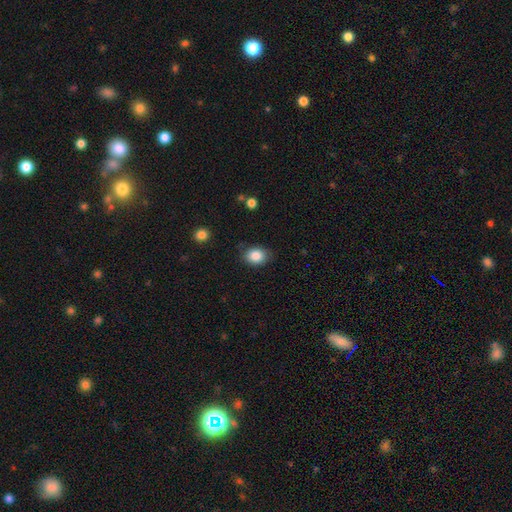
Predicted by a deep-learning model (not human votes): Smooth or featured? Predicted: smooth (p=0.86). How rounded? Predicted: in between (p=0.59). Merging? Predicted: none (p=0.81).